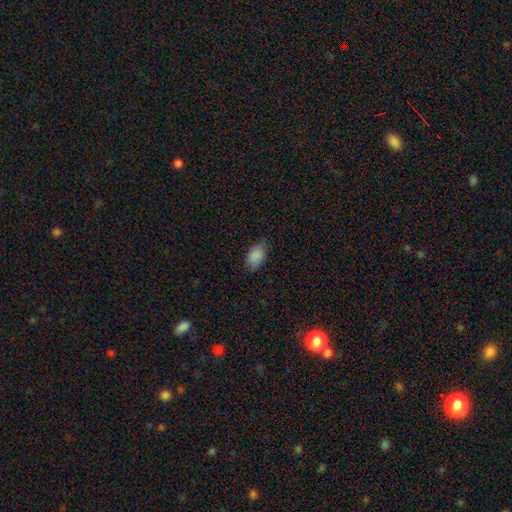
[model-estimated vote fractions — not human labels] Q: Smooth or featured?
A: smooth (88%); runner-up: star or artifact (7%)
Q: How rounded?
A: in between (90%); runner-up: round (9%)
Q: Merging?
A: none (76%); runner-up: minor disturbance (19%)